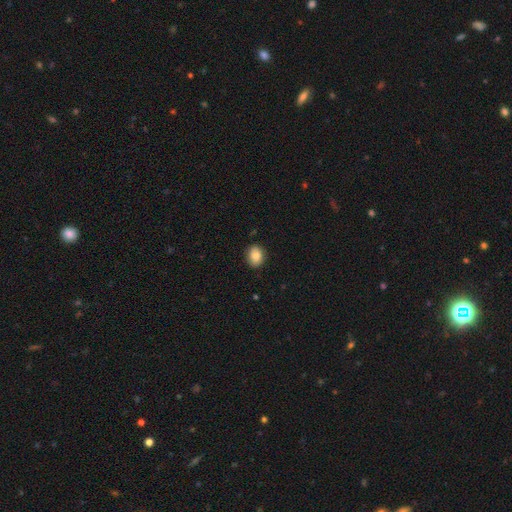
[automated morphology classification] Smooth or featured? smooth (85%)
How rounded? in between (58%)
Merging? none (87%)